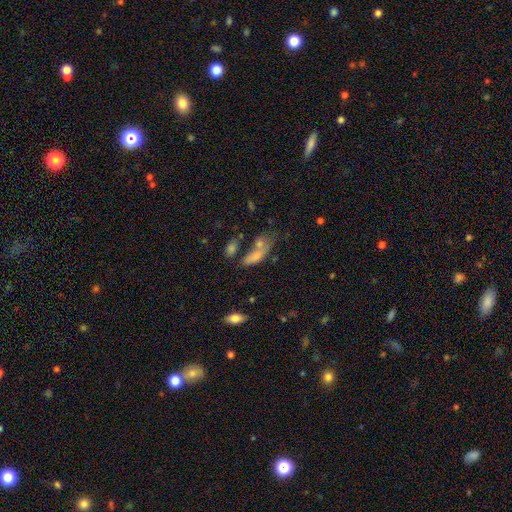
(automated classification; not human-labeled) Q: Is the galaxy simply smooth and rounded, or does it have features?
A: smooth — 72%.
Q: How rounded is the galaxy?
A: in between — 72%.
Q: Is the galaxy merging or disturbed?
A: merger — 40%.